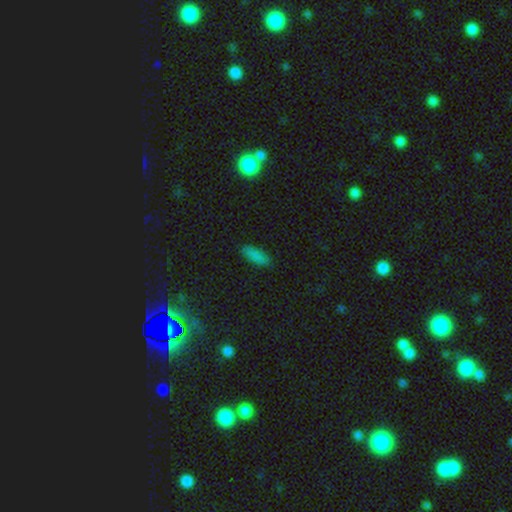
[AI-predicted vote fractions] Overall: smooth (86%). How rounded: in between (72%). Merging: none (87%).